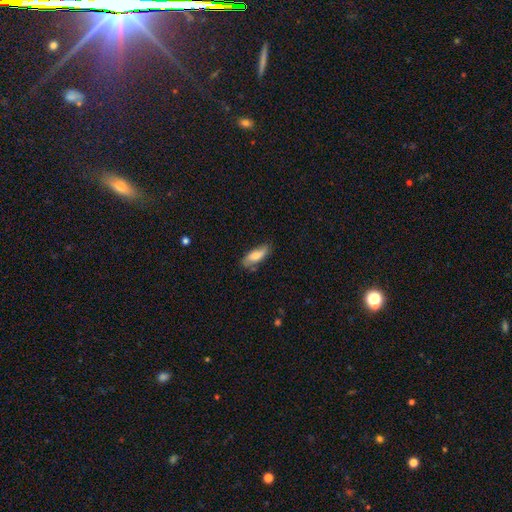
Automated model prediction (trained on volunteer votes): This appears to be a smooth galaxy with no disk features (69%) that is in between round and cigar-shaped (72%). Merging: none (68%).